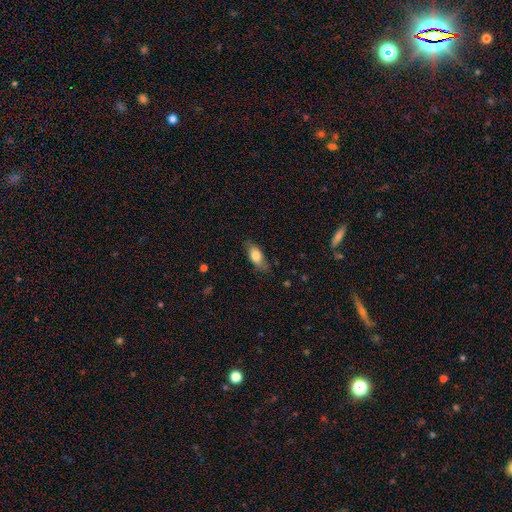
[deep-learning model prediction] smooth 78%, featured or disk 15%, star or artifact 7%. Down the decision tree: how rounded — in between (82%); merging — none (78%).